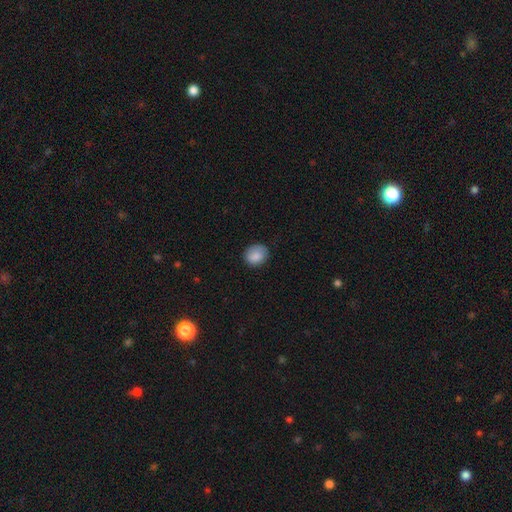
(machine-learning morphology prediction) A smooth galaxy with no disk features (86%) that is round (59%).

Vote fractions:
- Smooth or featured? smooth: 86% / star or artifact: 8% / featured or disk: 6%
- How rounded? round: 59% / in between: 40% / cigar-shaped: 1%
- Merging? none: 77% / minor disturbance: 18% / major disturbance: 4% / merger: 1%